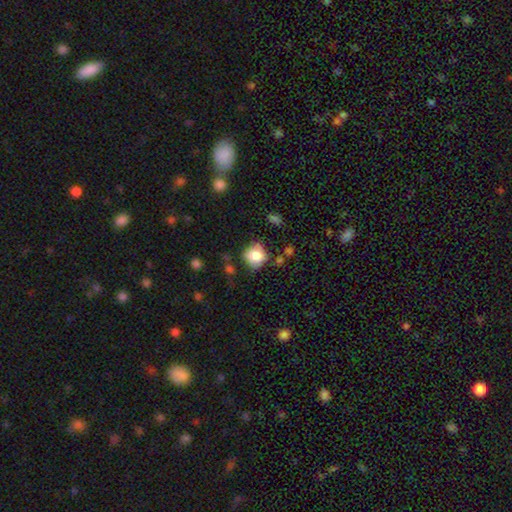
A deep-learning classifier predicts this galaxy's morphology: A smooth galaxy with no disk features (78%) that is round (80%).

Vote fractions:
- Smooth or featured? smooth: 78% / featured or disk: 13% / star or artifact: 9%
- How rounded? round: 80% / in between: 19% / cigar-shaped: 1%
- Merging? none: 64% / minor disturbance: 24% / major disturbance: 7% / merger: 5%